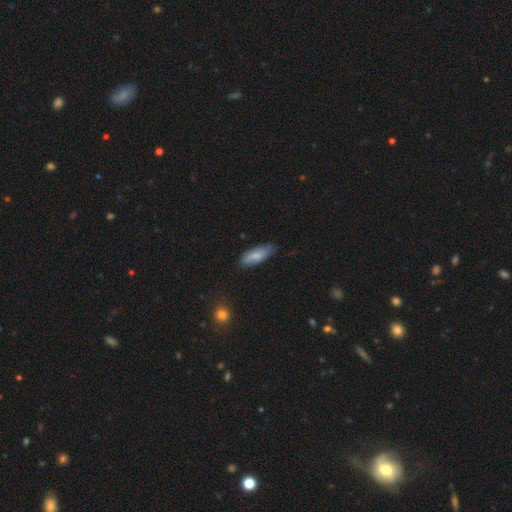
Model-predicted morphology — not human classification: Q: Smooth or featured?
A: smooth (73%); runner-up: featured or disk (21%)
Q: How rounded?
A: in between (70%); runner-up: cigar-shaped (28%)
Q: Merging?
A: none (70%); runner-up: minor disturbance (24%)